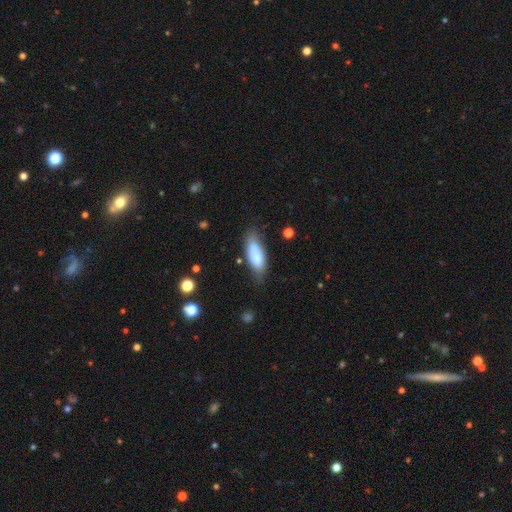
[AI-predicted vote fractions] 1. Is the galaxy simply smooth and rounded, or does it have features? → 80% smooth, 13% featured or disk, 6% star or artifact.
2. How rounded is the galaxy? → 73% in between, 26% cigar-shaped, 2% round.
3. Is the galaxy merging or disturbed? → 66% none, 25% minor disturbance, 6% major disturbance, 3% merger.